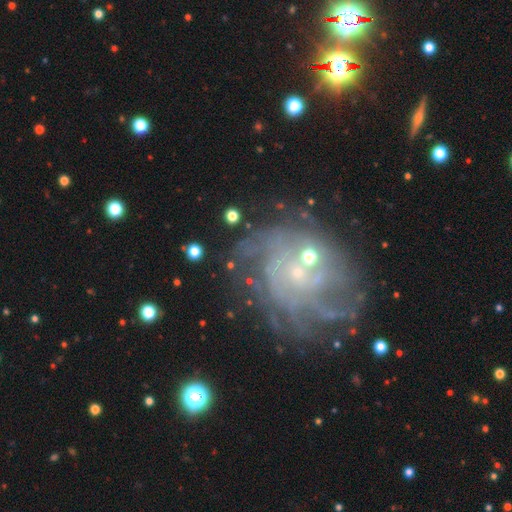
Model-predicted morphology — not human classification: This appears to be a featured or disk galaxy (76%) with no bar (63%), tight (65%) spiral arms (91%) and a small central bulge (76%). Merging: none (69%).